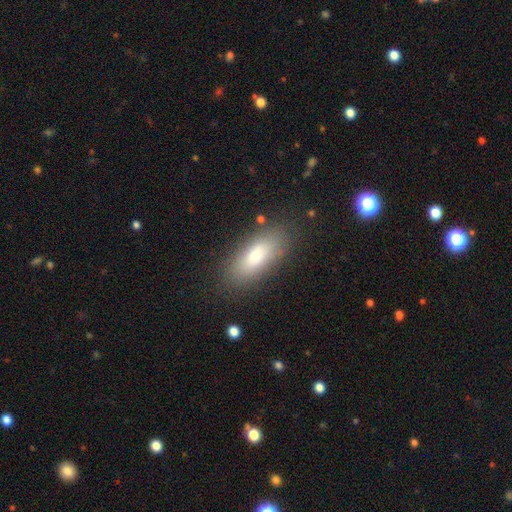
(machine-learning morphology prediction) A smooth galaxy with no disk features (74%) that is in between round and cigar-shaped (79%). Merging: none (82%).